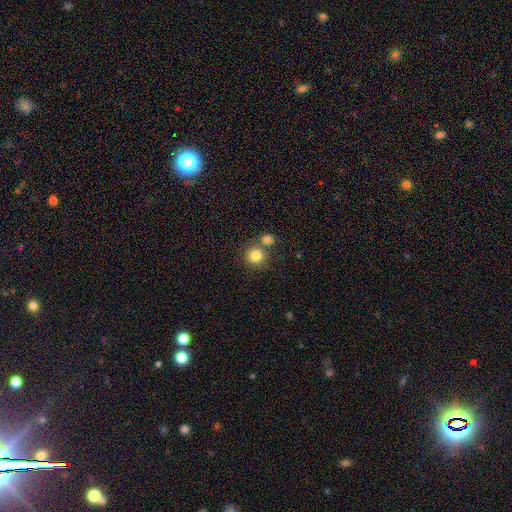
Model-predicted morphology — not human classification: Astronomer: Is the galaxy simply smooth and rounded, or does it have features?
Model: smooth — 83%.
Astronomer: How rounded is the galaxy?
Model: round — 91%.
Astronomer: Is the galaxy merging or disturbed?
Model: none — 63%.